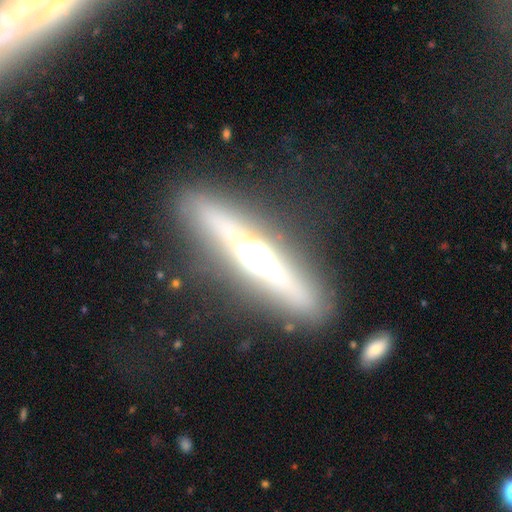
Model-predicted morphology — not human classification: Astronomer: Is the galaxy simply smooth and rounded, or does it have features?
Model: featured or disk — 72%.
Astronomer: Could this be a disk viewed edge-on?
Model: yes — 94%.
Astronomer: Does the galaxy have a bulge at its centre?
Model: rounded — 90%.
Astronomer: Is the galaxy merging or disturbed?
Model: none — 87%.